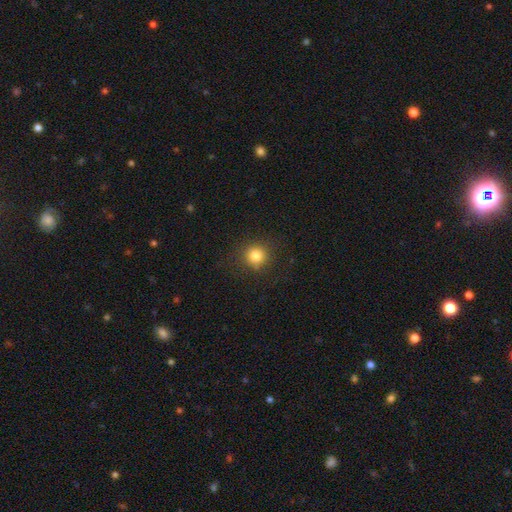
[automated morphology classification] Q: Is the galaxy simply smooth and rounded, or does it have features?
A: smooth — 82%.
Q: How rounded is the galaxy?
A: round — 92%.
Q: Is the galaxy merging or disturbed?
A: none — 87%.